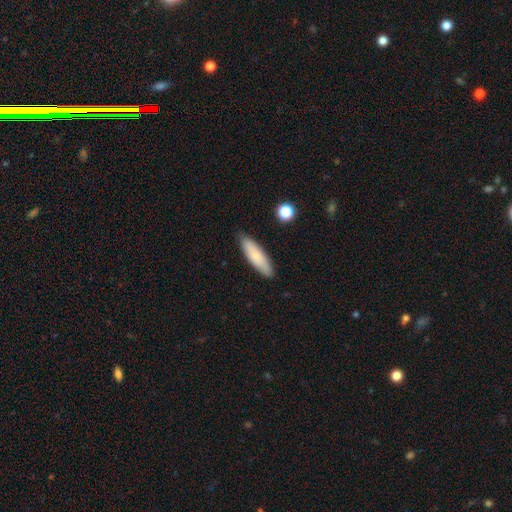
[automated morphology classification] Q: Smooth or featured?
A: smooth (76%); runner-up: featured or disk (18%)
Q: How rounded?
A: cigar-shaped (59%); runner-up: in between (39%)
Q: Merging?
A: none (85%); runner-up: minor disturbance (11%)